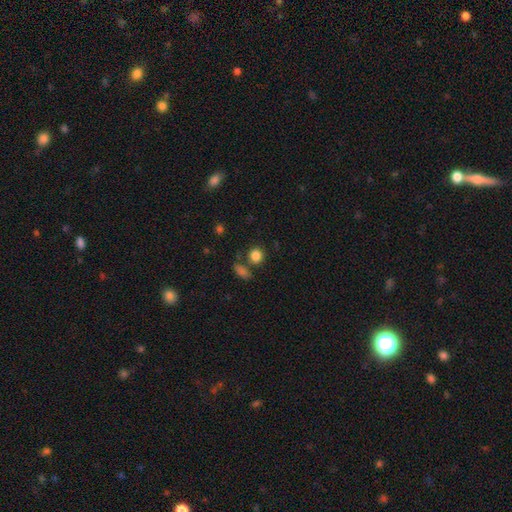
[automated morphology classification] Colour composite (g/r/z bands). It shows a smooth galaxy with no disk features (84%) that is round (82%). Merging: none (69%).